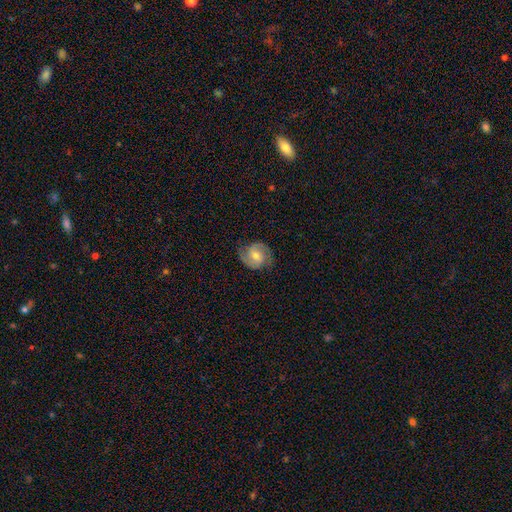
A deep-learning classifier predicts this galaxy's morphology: Q: Smooth or featured?
A: featured or disk (77%); runner-up: smooth (17%)
Q: Edge-on disk?
A: no (98%); runner-up: yes (2%)
Q: Bar?
A: no (45%); runner-up: weak (44%)
Q: Spiral arms?
A: yes (95%); runner-up: no (5%)
Q: Spiral winding?
A: medium (49%); runner-up: tight (35%)
Q: Spiral arm count?
A: 2 (88%); runner-up: can't tell (5%)
Q: Bulge size?
A: moderate (58%); runner-up: small (35%)
Q: Merging?
A: none (80%); runner-up: minor disturbance (15%)